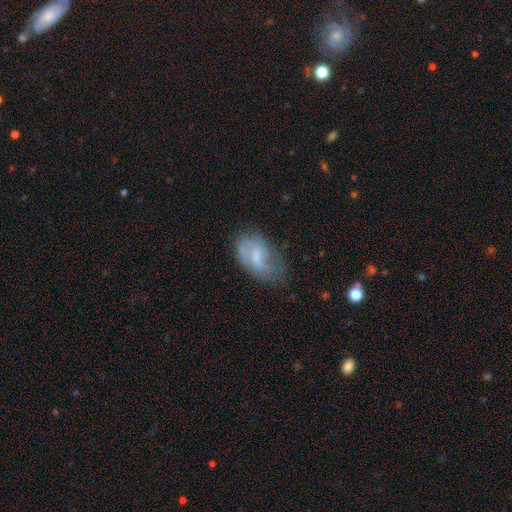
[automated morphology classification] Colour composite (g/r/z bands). It shows a featured or disk galaxy (52%). Merging: none (49%).